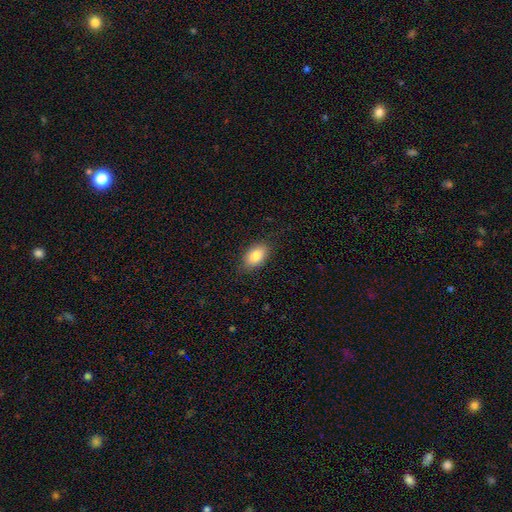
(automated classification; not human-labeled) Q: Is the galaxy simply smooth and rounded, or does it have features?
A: smooth — 82%.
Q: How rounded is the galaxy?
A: in between — 89%.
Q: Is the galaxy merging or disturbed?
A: none — 85%.